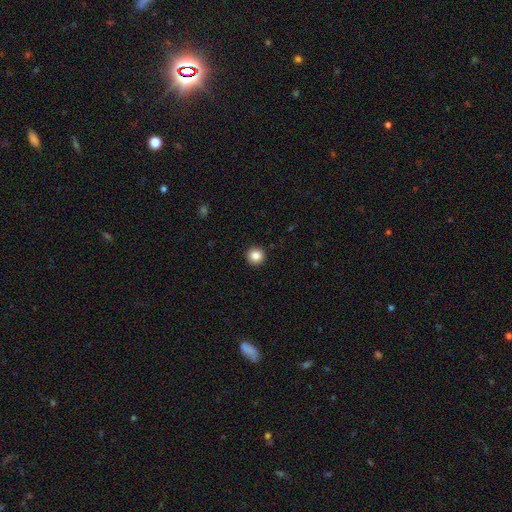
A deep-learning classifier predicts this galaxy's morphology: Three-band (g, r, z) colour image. It shows a smooth galaxy with no disk features (85%) that is round (96%). Merging: none (93%).